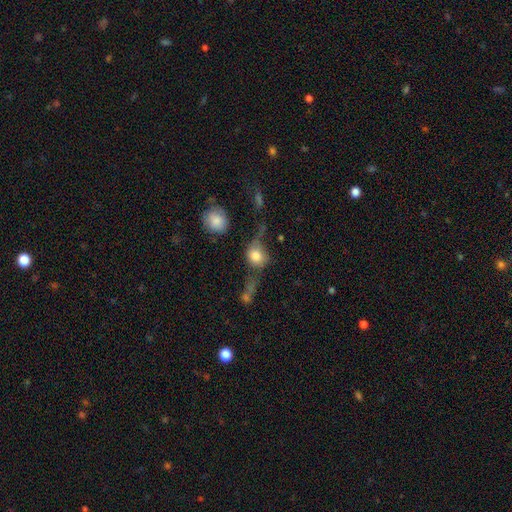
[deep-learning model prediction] Smooth or featured?
  - smooth: 69% *
  - featured or disk: 21%
  - star or artifact: 10%
How rounded?
  - round: 63% *
  - in between: 33%
  - cigar-shaped: 3%
Merging?
  - none: 36% *
  - major disturbance: 28%
  - minor disturbance: 21%
  - merger: 16%